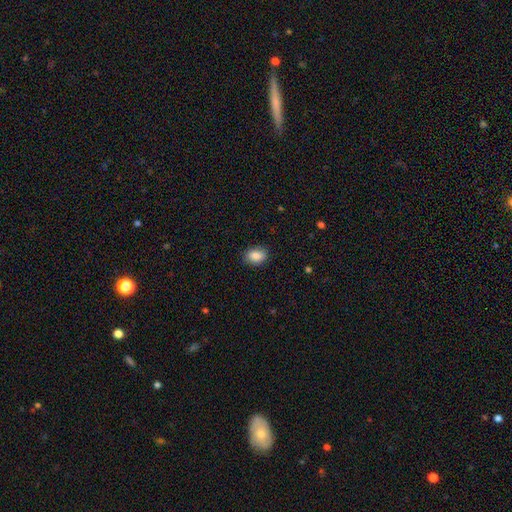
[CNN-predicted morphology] Smooth or featured?
  - smooth: 87% *
  - star or artifact: 8%
  - featured or disk: 5%
How rounded?
  - in between: 75% *
  - round: 24%
  - cigar-shaped: 1%
Merging?
  - none: 86% *
  - minor disturbance: 11%
  - major disturbance: 2%
  - merger: 1%